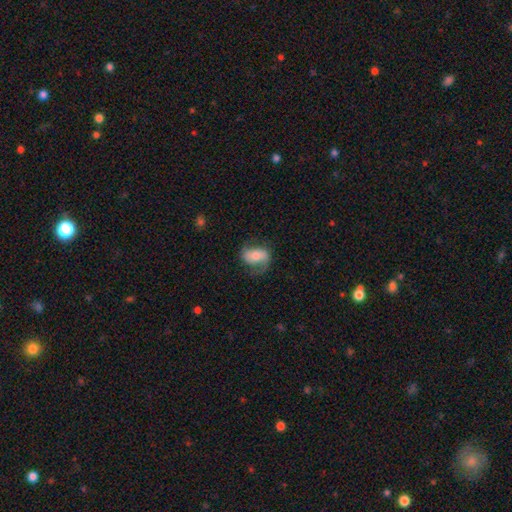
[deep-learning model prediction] Smooth or featured?
  - featured or disk: 52% *
  - smooth: 41%
  - star or artifact: 7%
Edge-on disk?
  - no: 95% *
  - yes: 5%
Merging?
  - none: 58% *
  - minor disturbance: 24%
  - major disturbance: 17%
  - merger: 2%